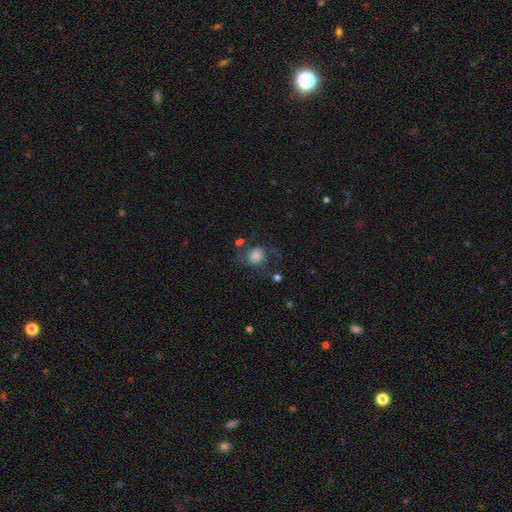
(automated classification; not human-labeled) smooth_or_featured: smooth (p=0.65) [alt: featured or disk p=0.24]
how_rounded: round (p=0.68) [alt: in between p=0.31]
merging: none (p=0.50) [alt: major disturbance p=0.22]